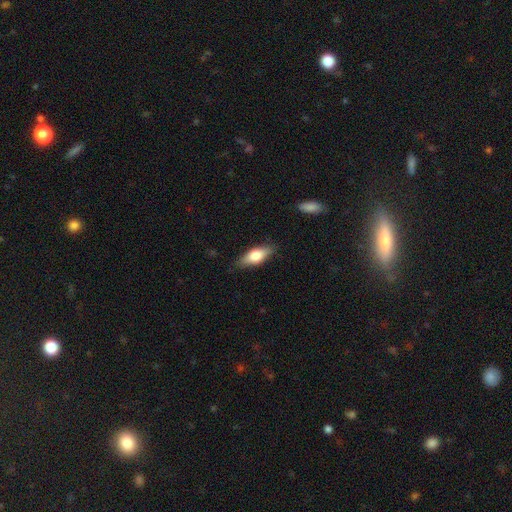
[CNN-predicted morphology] This is likely a smooth galaxy (67%). How rounded: likely in between (73%). Merging: clearly none (82%).